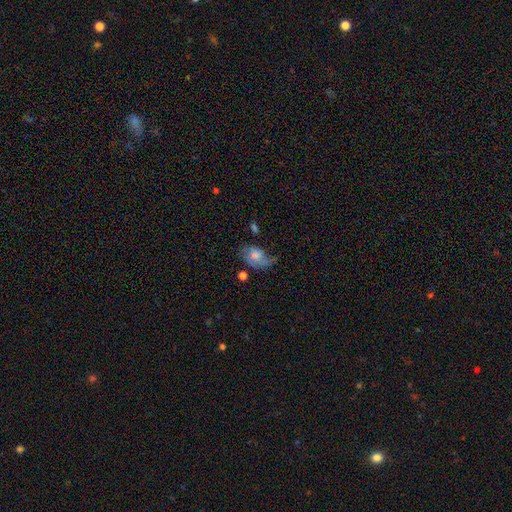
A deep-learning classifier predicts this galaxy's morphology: This is possibly a smooth galaxy (49%). Merging: marginally none (32%).